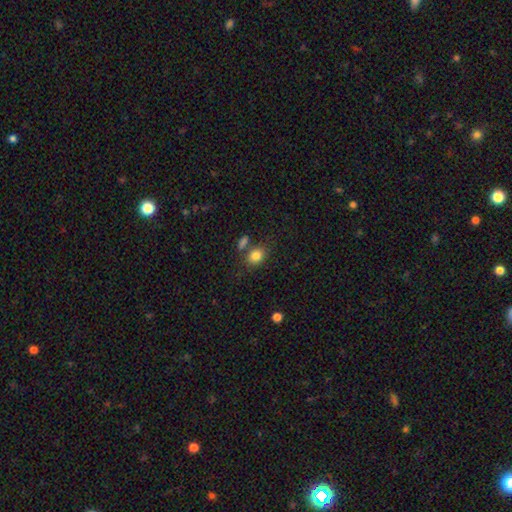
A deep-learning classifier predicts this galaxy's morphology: smooth_or_featured: smooth (p=0.83) [alt: star or artifact p=0.10]
how_rounded: in between (p=0.58) [alt: round p=0.41]
merging: none (p=0.68) [alt: merger p=0.14]